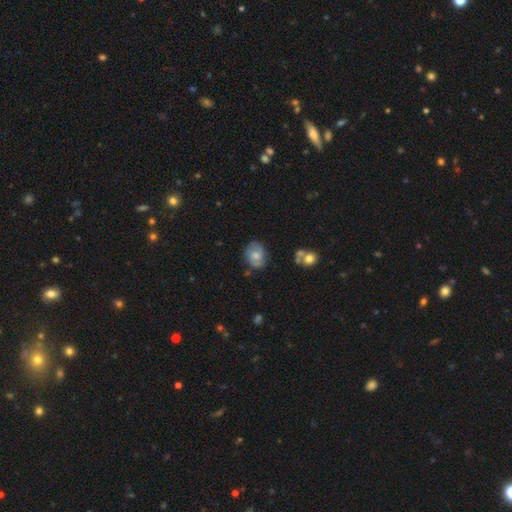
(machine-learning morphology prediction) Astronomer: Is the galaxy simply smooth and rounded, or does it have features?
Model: smooth — 54% (runner-up: featured or disk, 38%).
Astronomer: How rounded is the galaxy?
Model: in between — 55% (runner-up: round, 44%).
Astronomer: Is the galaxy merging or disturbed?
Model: none — 70%.